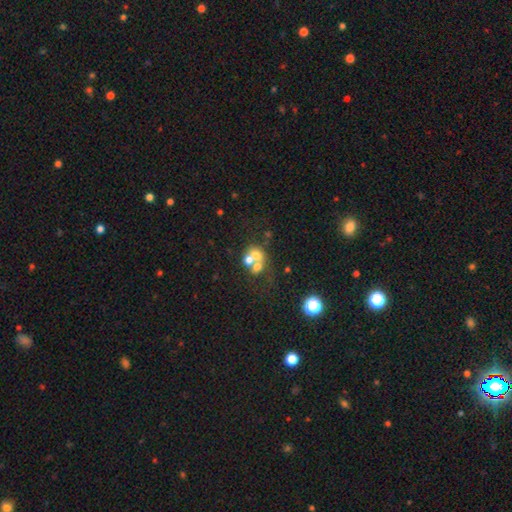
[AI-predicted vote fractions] smooth 52%, featured or disk 31%, star or artifact 17%. Down the decision tree: how rounded — round (69%); merging — merger (61%).